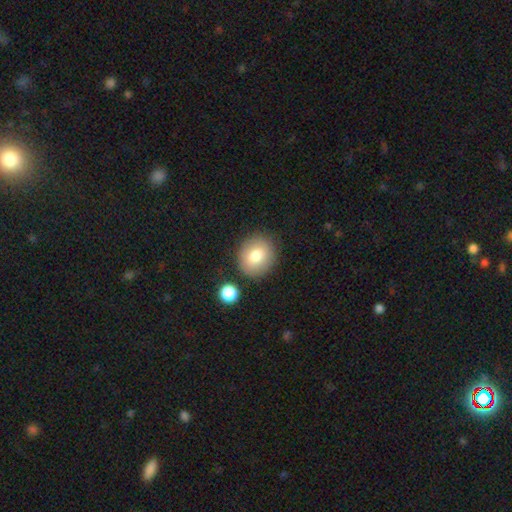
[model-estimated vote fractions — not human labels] smooth_or_featured: smooth (p=0.80) [alt: featured or disk p=0.11]
how_rounded: round (p=0.72) [alt: in between p=0.27]
merging: none (p=0.82) [alt: minor disturbance p=0.10]